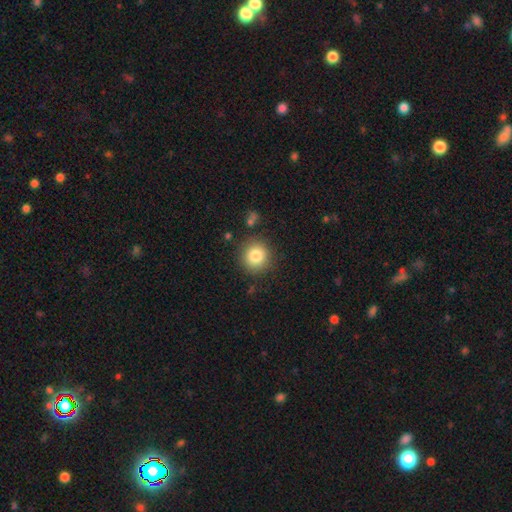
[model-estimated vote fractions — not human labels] This appears to be a smooth galaxy with no disk features (83%) that is round (91%). Merging: none (86%).